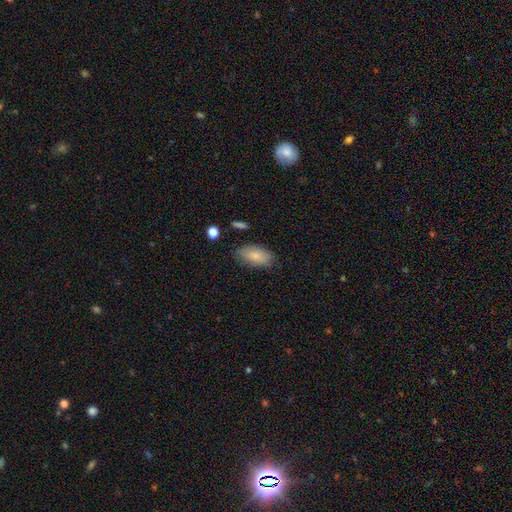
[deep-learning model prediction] Smooth or featured: smooth — 82% (featured or disk — 11%)
How rounded: in between — 91% (cigar-shaped — 6%)
Merging: none — 77% (minor disturbance — 17%)